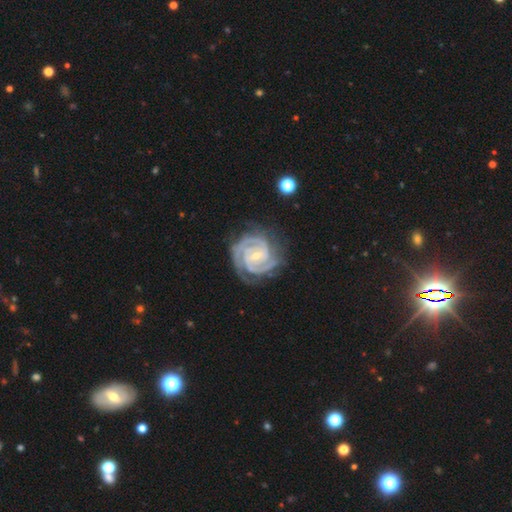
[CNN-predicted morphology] The model was most divided on "spiral arm count": 2: 40%, 3: 32%, 4: 10%, can't tell: 9%, more than 4: 5%, 1: 5%. Remaining: spiral arms — yes (99%); edge-on disk — no (98%); smooth or featured — featured or disk (93%); spiral winding — tight (79%); merging — none (76%); bulge size — small (70%); bar — weak (43%).